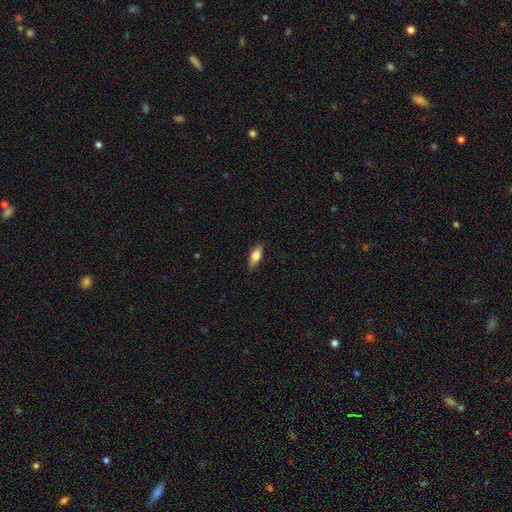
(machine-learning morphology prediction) Smooth or featured: smooth — 70% (featured or disk — 23%)
How rounded: in between — 76% (cigar-shaped — 21%)
Merging: none — 85% (minor disturbance — 11%)